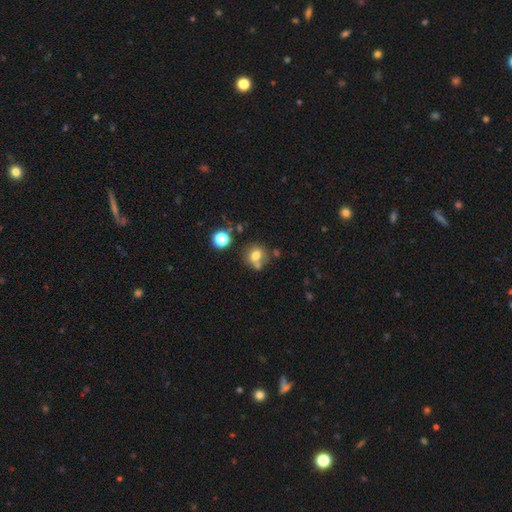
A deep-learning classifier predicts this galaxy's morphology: This appears to be a smooth galaxy with no disk features (73%) that is round (75%). Merging: none (59%).